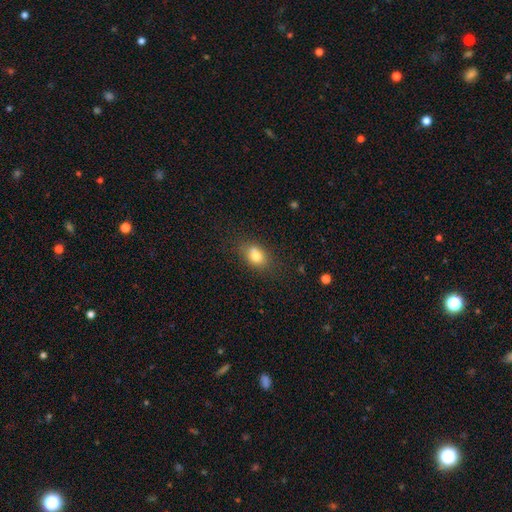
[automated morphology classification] smooth 78%, featured or disk 12%, star or artifact 10%. Down the decision tree: how rounded — in between (74%); merging — none (64%).